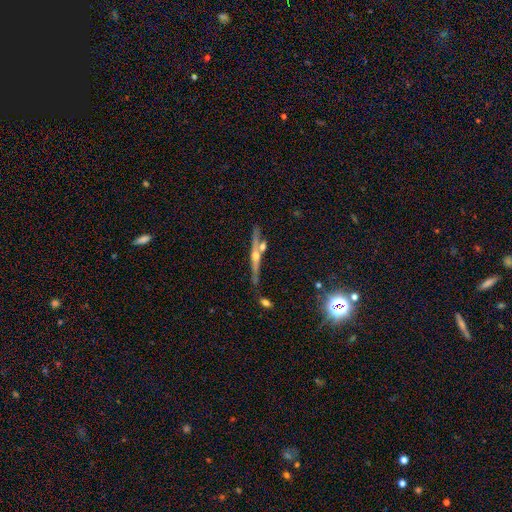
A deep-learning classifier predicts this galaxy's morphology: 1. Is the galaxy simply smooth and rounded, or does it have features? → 71% featured or disk, 22% smooth, 7% star or artifact.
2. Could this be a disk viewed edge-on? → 93% yes, 7% no.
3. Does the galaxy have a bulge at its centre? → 88% rounded, 9% none, 3% boxy.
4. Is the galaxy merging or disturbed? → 66% none, 17% merger, 13% minor disturbance, 4% major disturbance.